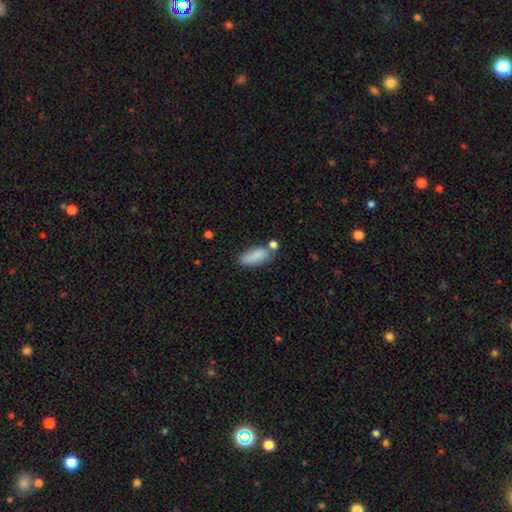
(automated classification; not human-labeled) smooth 86%, star or artifact 7%, featured or disk 7%. Down the decision tree: how rounded — in between (78%); merging — none (60%).